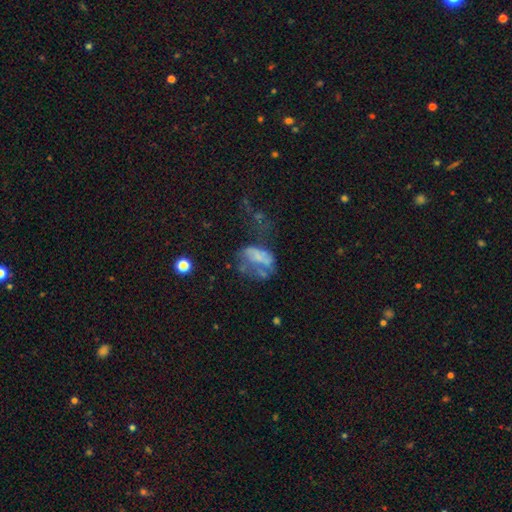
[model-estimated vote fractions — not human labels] Q: Smooth or featured?
A: featured or disk (47%); runner-up: smooth (35%)
Q: Merging?
A: major disturbance (45%); runner-up: none (24%)